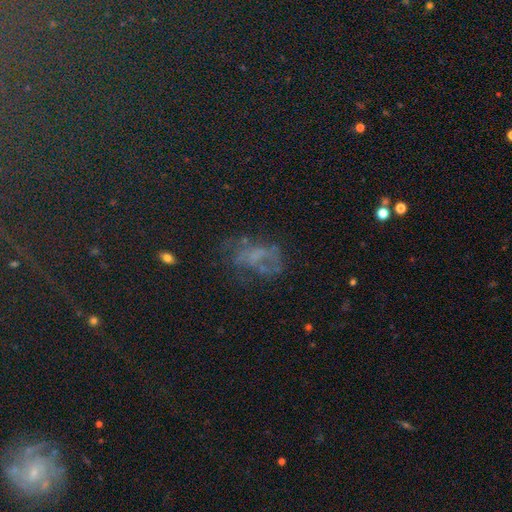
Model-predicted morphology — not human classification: Smooth or featured? star or artifact (42%)